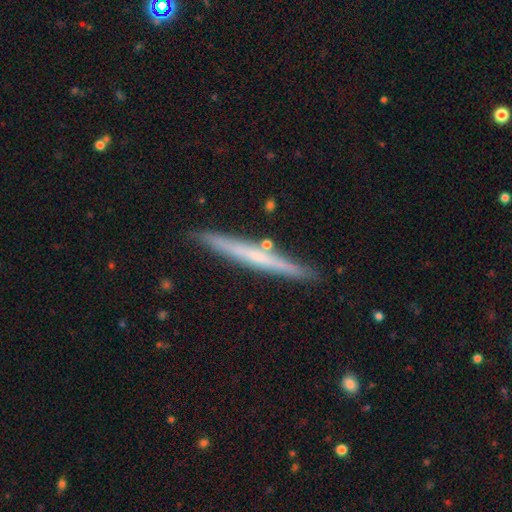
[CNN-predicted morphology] A featured or disk galaxy (55%) viewed edge-on (97%) with no central bulge (79%).

Vote fractions:
- Smooth or featured? featured or disk: 55% / smooth: 39% / star or artifact: 6%
- Edge-on disk? yes: 97% / no: 3%
- Edge-on bulge? none: 79% / rounded: 17% / boxy: 4%
- Merging? none: 88% / minor disturbance: 8% / merger: 3% / major disturbance: 1%